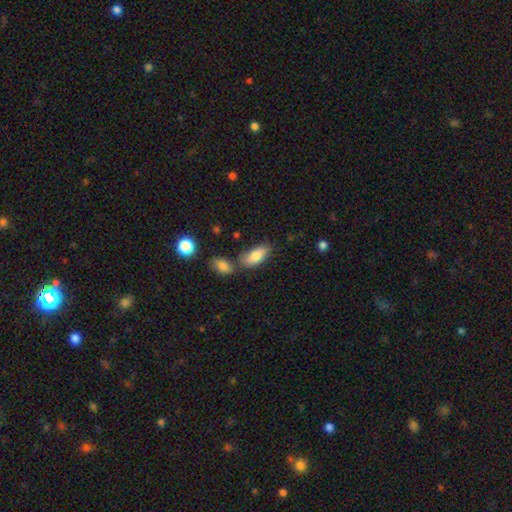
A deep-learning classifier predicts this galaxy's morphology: Q: Smooth or featured?
A: smooth (80%); runner-up: featured or disk (13%)
Q: How rounded?
A: in between (88%); runner-up: cigar-shaped (9%)
Q: Merging?
A: none (59%); runner-up: merger (19%)